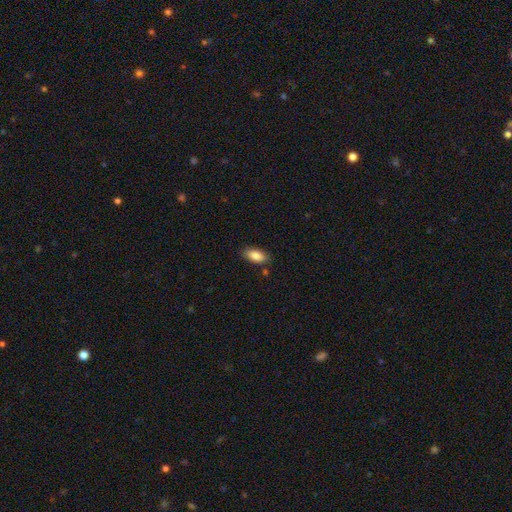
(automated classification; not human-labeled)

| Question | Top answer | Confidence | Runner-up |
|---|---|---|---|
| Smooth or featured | smooth | 86% | featured or disk (7%) |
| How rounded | in between | 90% | cigar-shaped (7%) |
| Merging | none | 83% | minor disturbance (12%) |